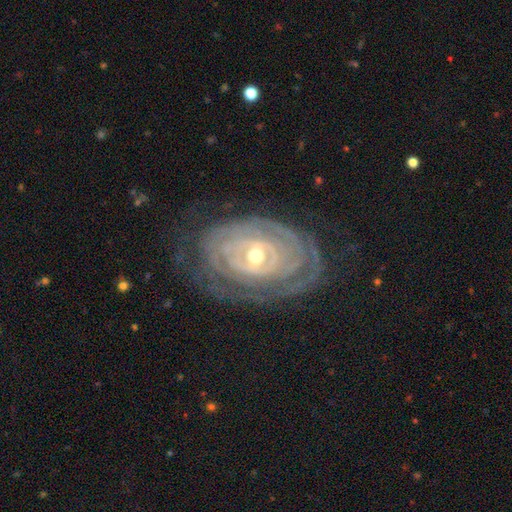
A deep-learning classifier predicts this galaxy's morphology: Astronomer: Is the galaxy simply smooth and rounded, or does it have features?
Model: featured or disk — 86%.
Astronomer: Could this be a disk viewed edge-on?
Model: no — 94%.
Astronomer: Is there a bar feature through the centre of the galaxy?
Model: no — 50% (runner-up: weak, 32%).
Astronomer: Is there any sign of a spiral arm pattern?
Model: yes — 89%.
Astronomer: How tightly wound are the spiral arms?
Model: tight — 84%.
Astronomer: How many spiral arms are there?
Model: can't tell — 46%.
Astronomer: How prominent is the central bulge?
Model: moderate — 53% (runner-up: small, 43%).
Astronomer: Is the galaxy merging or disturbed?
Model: none — 73%.